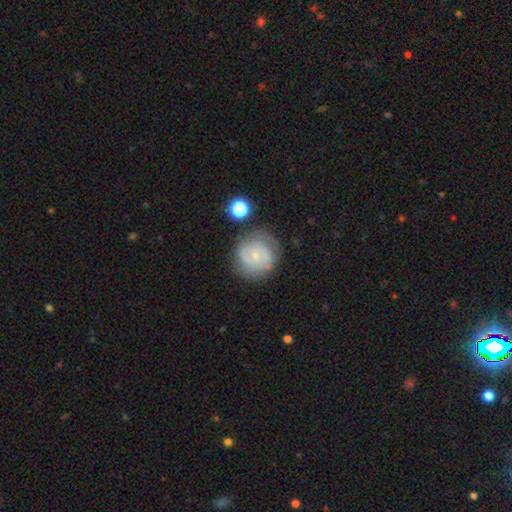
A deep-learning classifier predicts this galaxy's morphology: This is likely a featured or disk galaxy (61%). It is clearly not viewed edge-on (98%). Bar: likely no (65%). Spiral arm pattern: clearly yes (84%). Spiral arm count: possibly 2 (50%). Spiral winding: possibly tight (55%). Central bulge: likely small (75%). Merging: likely none (70%).